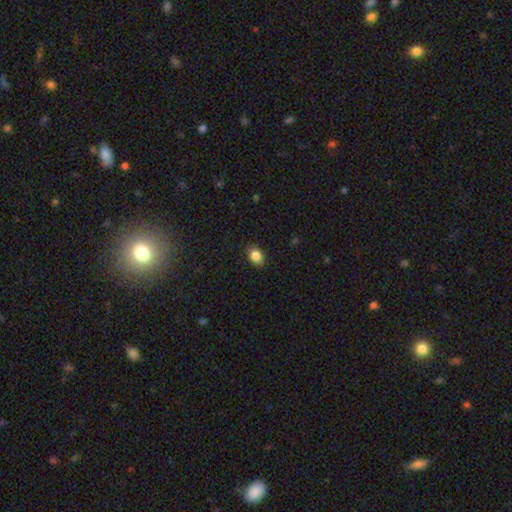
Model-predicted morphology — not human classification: Smooth or featured? smooth (85%)
How rounded? in between (76%)
Merging? none (88%)